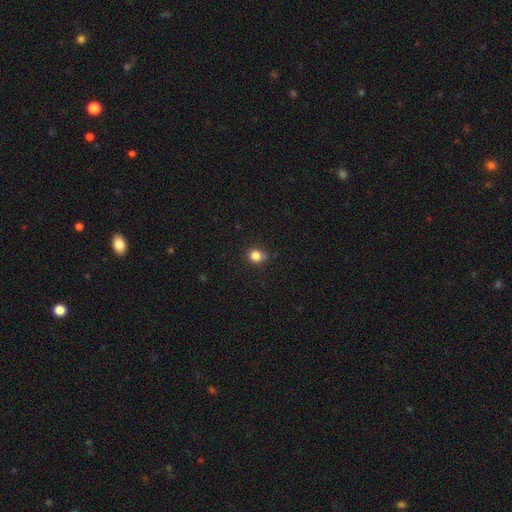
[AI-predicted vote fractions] The model was most divided on "merging": none: 76%, minor disturbance: 18%, major disturbance: 4%, merger: 3%. More confident: how rounded — round (86%); smooth or featured — smooth (83%).